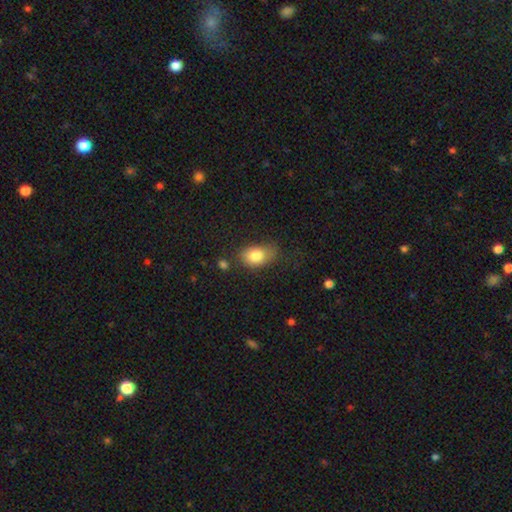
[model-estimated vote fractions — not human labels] Smooth or featured: smooth — 82% (featured or disk — 10%)
How rounded: in between — 82% (round — 17%)
Merging: none — 58% (minor disturbance — 28%)